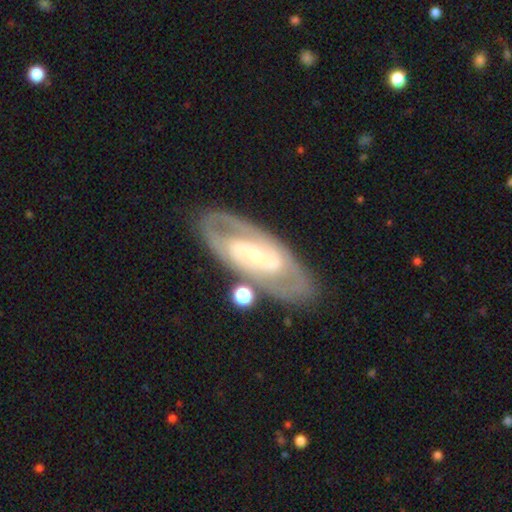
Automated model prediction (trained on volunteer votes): This appears to be a featured or disk galaxy (83%) with no bar (35%, tied with weak), 2 (73%) tight (47%) spiral arms (85%) and a small central bulge (69%). Merging: none (77%).